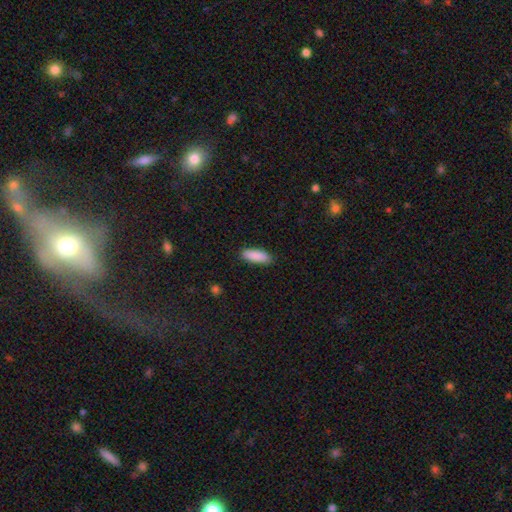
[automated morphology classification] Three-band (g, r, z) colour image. It shows a smooth galaxy with no disk features (90%) that is in between round and cigar-shaped (62%). Merging: none (88%).